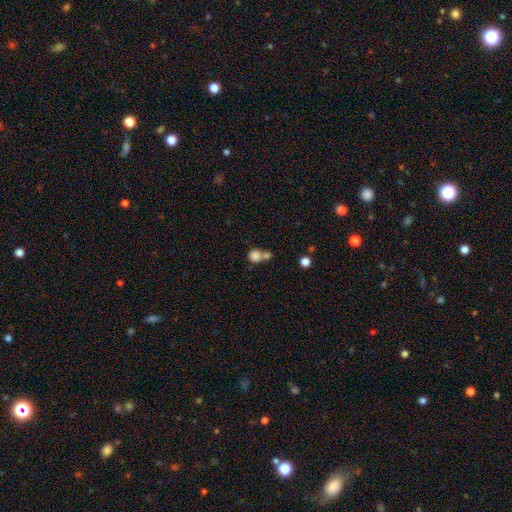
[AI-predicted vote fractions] Q: Smooth or featured?
A: smooth (82%); runner-up: star or artifact (10%)
Q: How rounded?
A: round (83%); runner-up: in between (16%)
Q: Merging?
A: merger (52%); runner-up: none (35%)